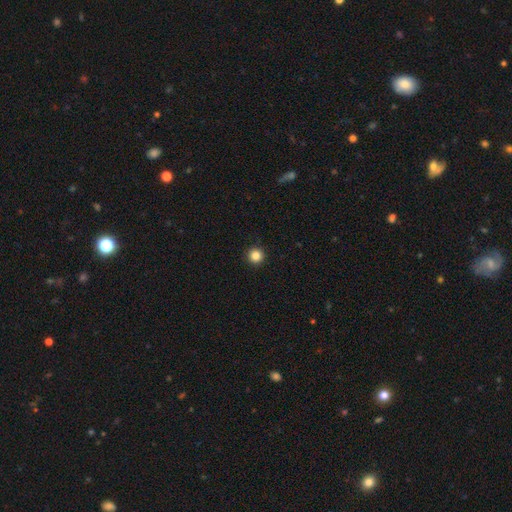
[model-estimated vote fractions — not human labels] Smooth or featured? smooth (85%)
How rounded? round (96%)
Merging? none (94%)